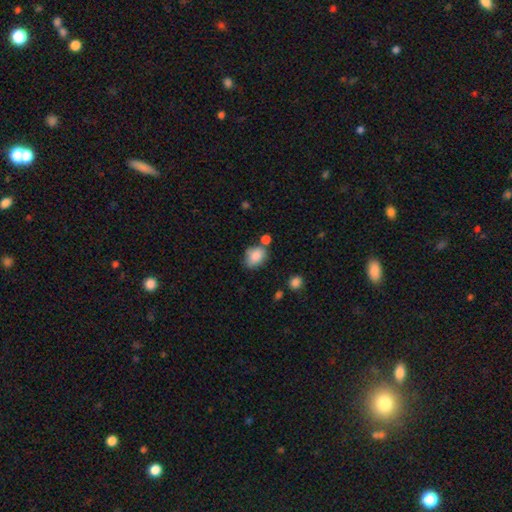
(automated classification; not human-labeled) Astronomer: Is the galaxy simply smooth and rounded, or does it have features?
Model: smooth — 85%.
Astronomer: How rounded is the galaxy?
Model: in between — 67%.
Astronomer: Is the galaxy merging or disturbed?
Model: none — 54%.